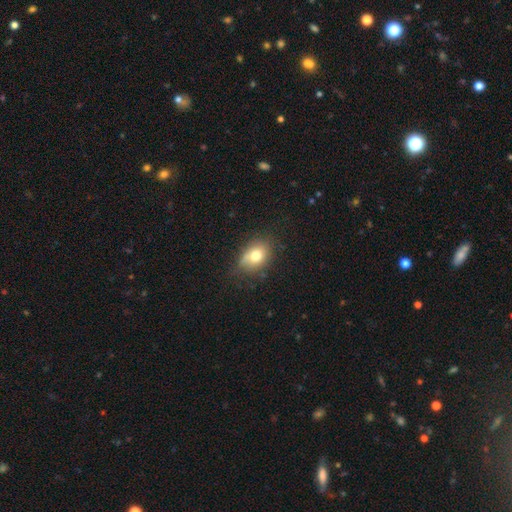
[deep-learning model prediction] Smooth or featured? smooth (74%)
How rounded? in between (68%)
Merging? none (65%)